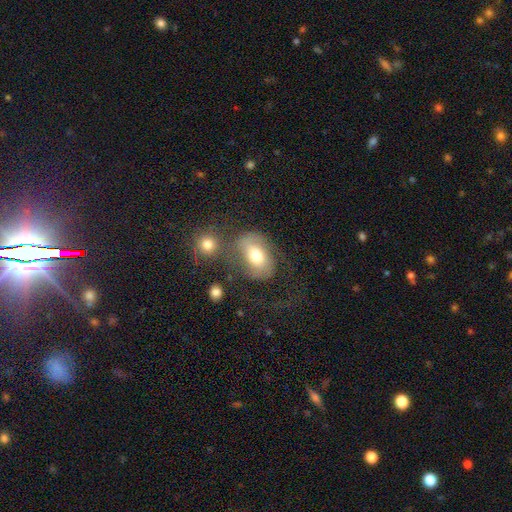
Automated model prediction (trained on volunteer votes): smooth 56%, featured or disk 35%, star or artifact 9%. Down the decision tree: how rounded — in between (74%); merging — none (41%).